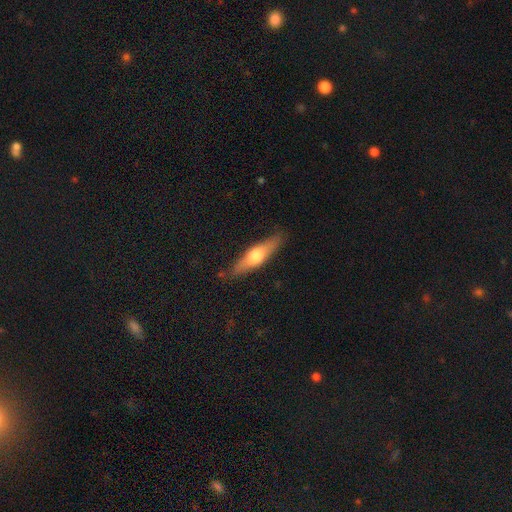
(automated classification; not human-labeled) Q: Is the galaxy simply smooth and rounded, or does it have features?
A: smooth — 49%.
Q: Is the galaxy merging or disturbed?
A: none — 83%.